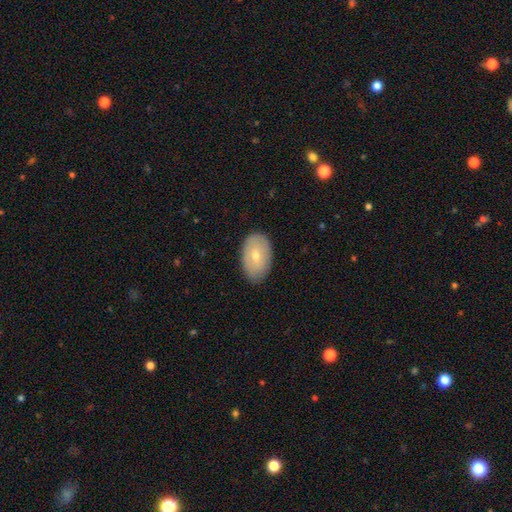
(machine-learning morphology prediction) A smooth galaxy with no disk features (62%) that is in between round and cigar-shaped (90%).

Vote fractions:
- Smooth or featured? smooth: 62% / featured or disk: 32% / star or artifact: 6%
- How rounded? in between: 90% / round: 8% / cigar-shaped: 1%
- Merging? none: 83% / minor disturbance: 13% / major disturbance: 3% / merger: 1%